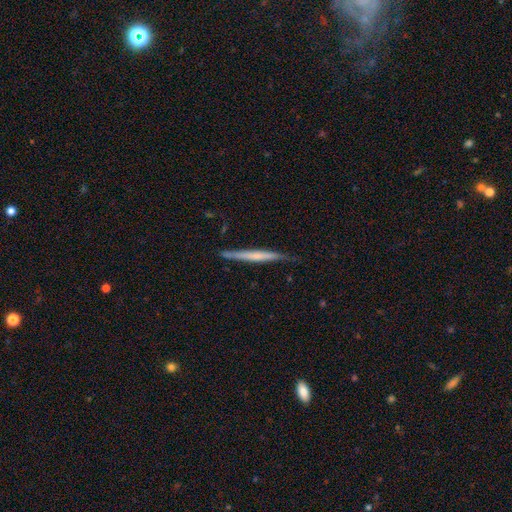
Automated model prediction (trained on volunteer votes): Smooth or featured?
  - featured or disk: 49% *
  - smooth: 45%
  - star or artifact: 5%
Merging?
  - none: 81% *
  - minor disturbance: 16%
  - major disturbance: 2%
  - merger: 2%